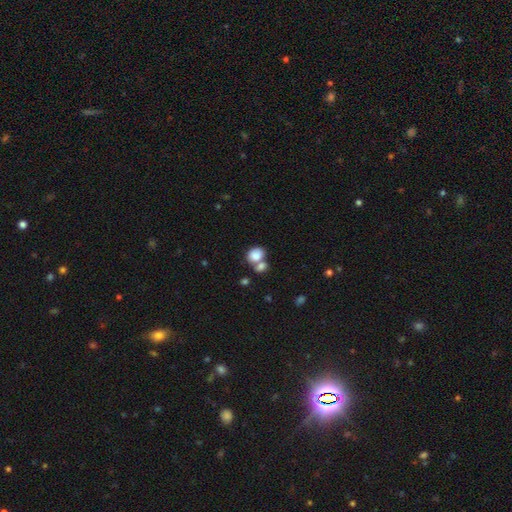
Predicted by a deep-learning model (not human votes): The model was most divided on "how rounded": in between: 52%, round: 47%, cigar-shaped: 1%. Remaining: smooth or featured — smooth (83%); merging — merger (50%).